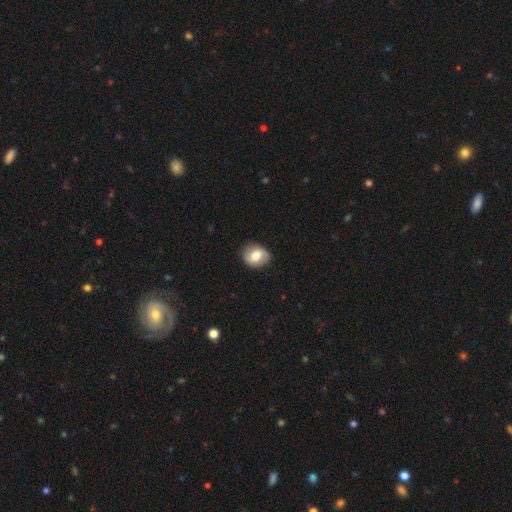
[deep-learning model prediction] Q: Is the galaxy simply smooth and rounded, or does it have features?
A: smooth — 64%.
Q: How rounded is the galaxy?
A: round — 53%.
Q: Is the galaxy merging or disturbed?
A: none — 81%.